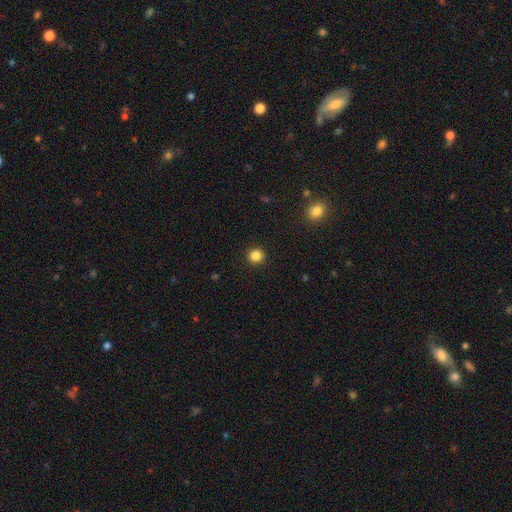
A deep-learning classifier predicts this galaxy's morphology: This is clearly a smooth galaxy (85%). How rounded: clearly round (94%). Merging: clearly none (93%).